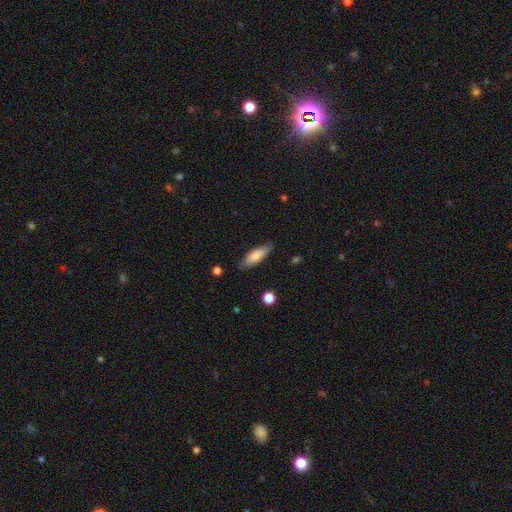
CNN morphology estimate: Smooth or featured: smooth — 79% (featured or disk — 15%)
How rounded: in between — 58% (cigar-shaped — 40%)
Merging: none — 82% (minor disturbance — 14%)